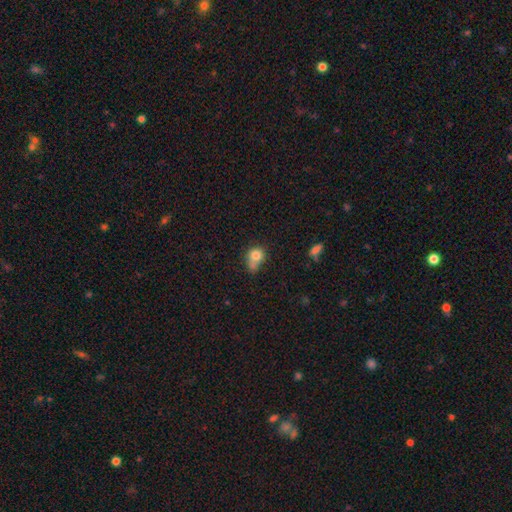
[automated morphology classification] smooth_or_featured: smooth (p=0.79) [alt: featured or disk p=0.11]
how_rounded: round (p=0.64) [alt: in between p=0.34]
merging: none (p=0.34) [alt: merger p=0.27]